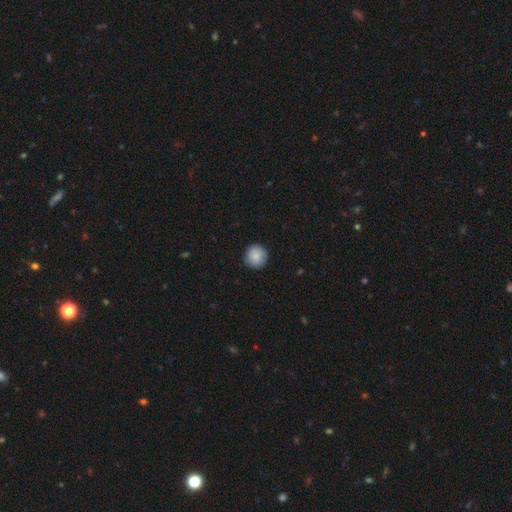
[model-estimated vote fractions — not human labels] Smooth or featured? smooth (86%)
How rounded? round (94%)
Merging? none (87%)